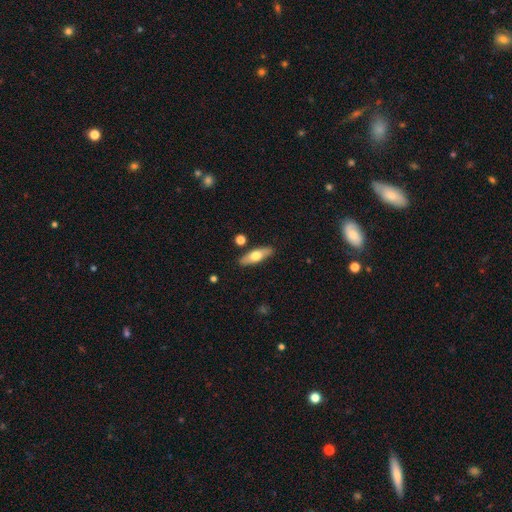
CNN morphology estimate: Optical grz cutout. It shows a smooth galaxy with no disk features (58%) that is in between round and cigar-shaped (56%). Merging: none (86%).